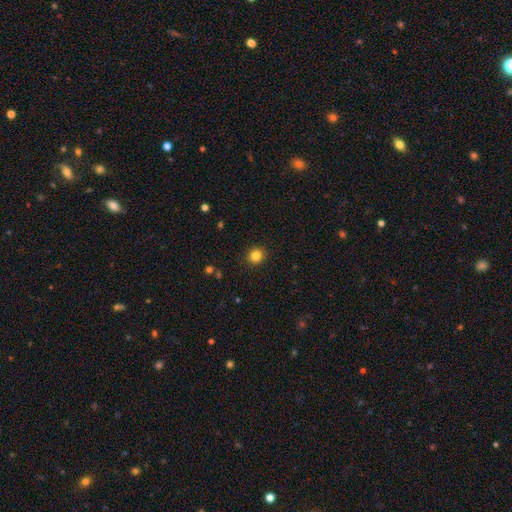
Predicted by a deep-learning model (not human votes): Smooth or featured?
  - smooth: 84% *
  - star or artifact: 12%
  - featured or disk: 4%
How rounded?
  - round: 88% *
  - in between: 11%
  - cigar-shaped: 1%
Merging?
  - none: 91% *
  - minor disturbance: 6%
  - major disturbance: 2%
  - merger: 1%